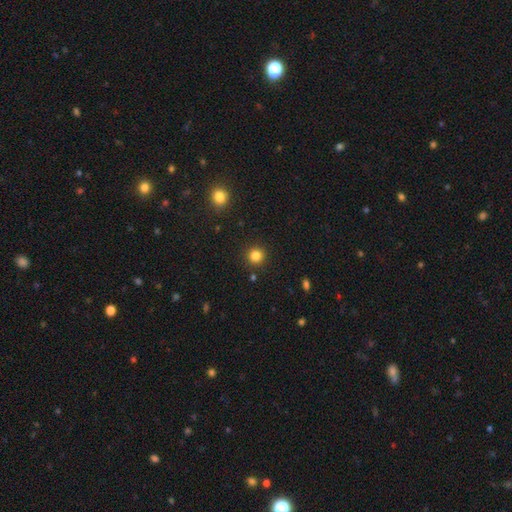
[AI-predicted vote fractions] The model was most divided on "smooth or featured": smooth: 83%, star or artifact: 13%, featured or disk: 5%. More confident: how rounded — round (92%); merging — none (90%).